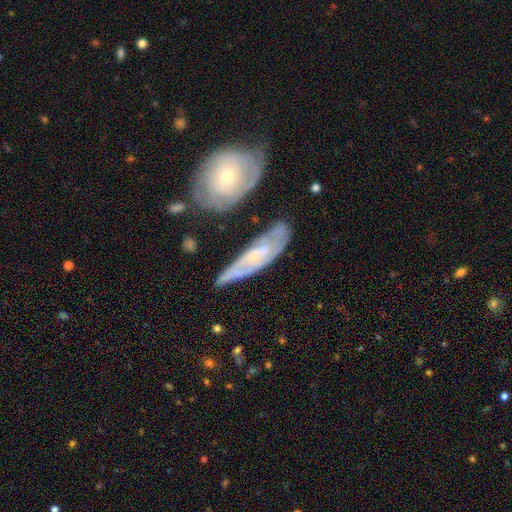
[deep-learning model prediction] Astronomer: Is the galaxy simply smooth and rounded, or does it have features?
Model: featured or disk — 68%.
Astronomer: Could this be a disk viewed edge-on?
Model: no — 79%.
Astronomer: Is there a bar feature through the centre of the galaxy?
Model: no — 56% (runner-up: weak, 34%).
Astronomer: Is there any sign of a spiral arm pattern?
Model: yes — 84%.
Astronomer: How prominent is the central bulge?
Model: small — 54%.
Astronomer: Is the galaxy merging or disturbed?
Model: none — 62%.